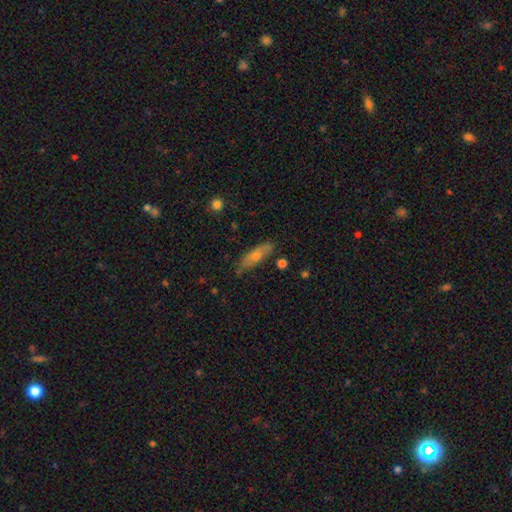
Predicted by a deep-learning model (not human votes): A smooth galaxy with no disk features (52%) that is cigar-shaped (59%).

Vote fractions:
- Smooth or featured? smooth: 52% / featured or disk: 41% / star or artifact: 7%
- How rounded? cigar-shaped: 59% / in between: 38% / round: 3%
- Merging? none: 80% / minor disturbance: 15% / major disturbance: 3% / merger: 2%